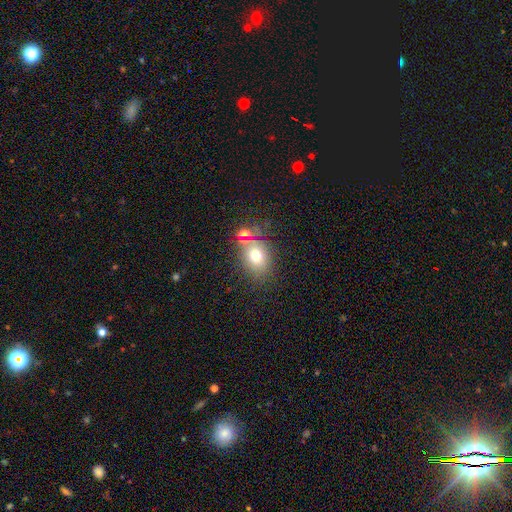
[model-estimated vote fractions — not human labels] A smooth galaxy with no disk features (70%) that is in between round and cigar-shaped (52%).

Vote fractions:
- Smooth or featured? smooth: 70% / star or artifact: 16% / featured or disk: 14%
- How rounded? in between: 52% / round: 47% / cigar-shaped: 1%
- Merging? none: 62% / merger: 19% / minor disturbance: 13% / major disturbance: 6%